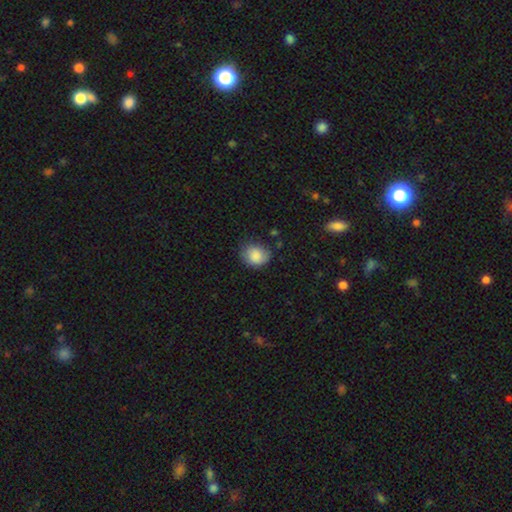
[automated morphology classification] This is clearly a smooth galaxy (83%). How rounded: likely round (67%). Merging: likely none (66%).